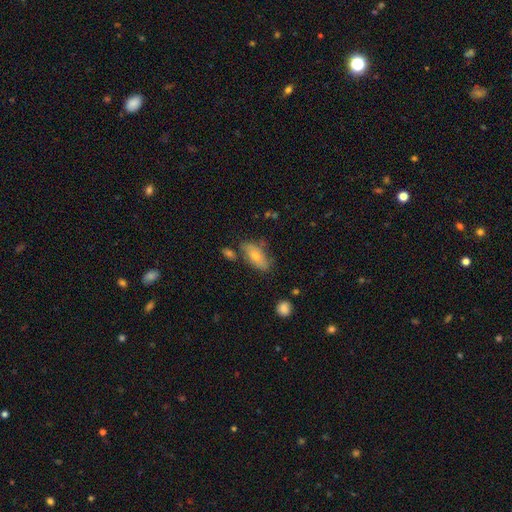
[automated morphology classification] Smooth or featured?
  - smooth: 67% *
  - featured or disk: 26%
  - star or artifact: 7%
How rounded?
  - in between: 87% *
  - cigar-shaped: 9%
  - round: 4%
Merging?
  - none: 62% *
  - minor disturbance: 22%
  - merger: 9%
  - major disturbance: 6%